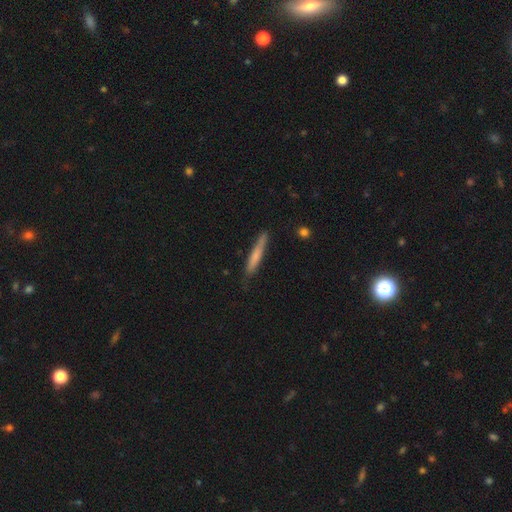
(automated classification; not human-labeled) smooth 66%, featured or disk 28%, star or artifact 6%. Down the decision tree: how rounded — cigar-shaped (95%); merging — none (81%).